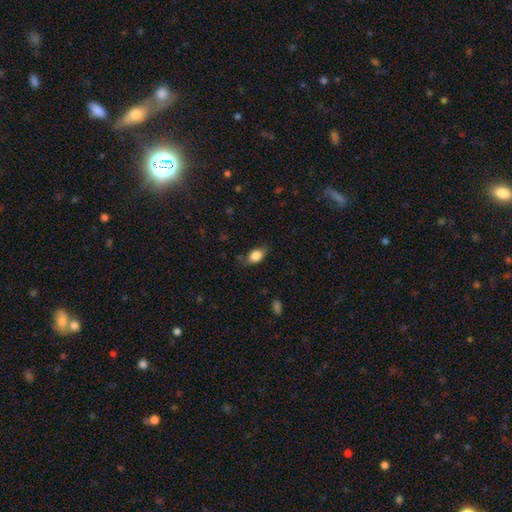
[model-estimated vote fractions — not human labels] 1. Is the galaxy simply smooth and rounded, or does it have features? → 83% smooth, 9% featured or disk, 8% star or artifact.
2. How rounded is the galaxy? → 81% in between, 15% round, 4% cigar-shaped.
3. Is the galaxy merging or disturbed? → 74% none, 21% minor disturbance, 4% major disturbance, 1% merger.